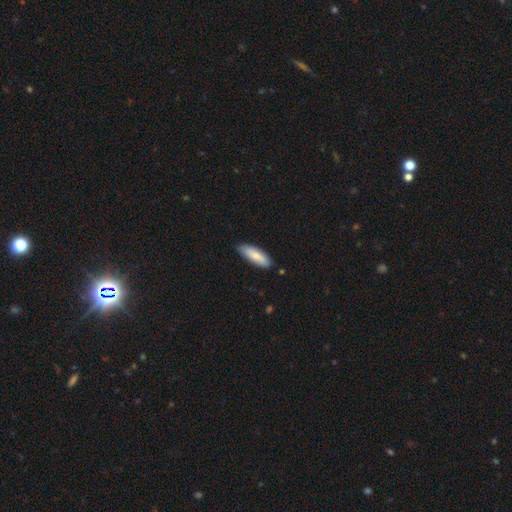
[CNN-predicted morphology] A smooth galaxy with no disk features (80%) that is in between round and cigar-shaped (59%).

Vote fractions:
- Smooth or featured? smooth: 80% / featured or disk: 15% / star or artifact: 5%
- How rounded? in between: 59% / cigar-shaped: 40% / round: 2%
- Merging? none: 78% / minor disturbance: 18% / major disturbance: 2% / merger: 1%